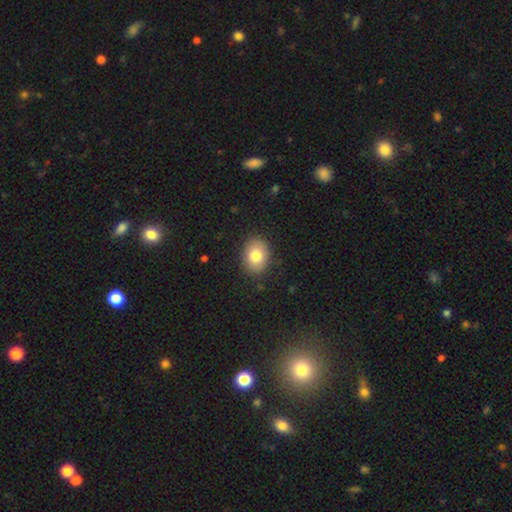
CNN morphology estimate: Smooth or featured: smooth — 80% (featured or disk — 12%)
How rounded: in between — 61% (round — 38%)
Merging: none — 88% (minor disturbance — 9%)